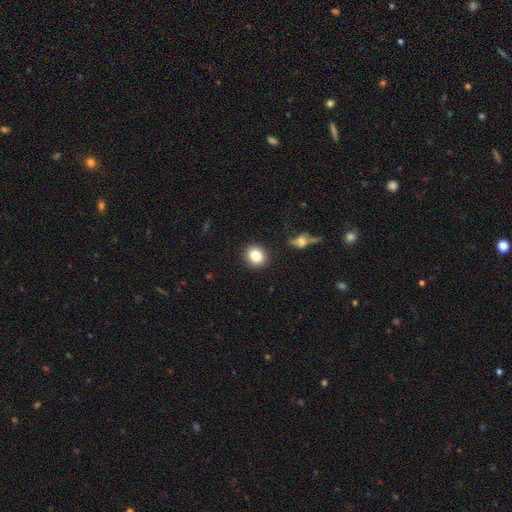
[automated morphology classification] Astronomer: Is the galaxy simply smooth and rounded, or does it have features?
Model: smooth — 83%.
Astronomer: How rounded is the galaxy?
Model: round — 78%.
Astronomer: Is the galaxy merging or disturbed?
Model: none — 90%.